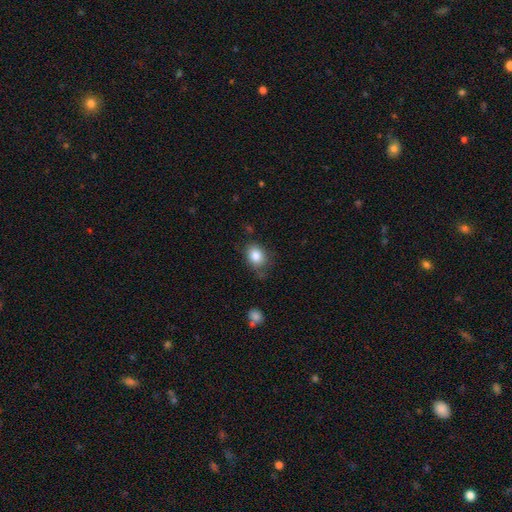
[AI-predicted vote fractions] A smooth galaxy with no disk features (83%) that is in between round and cigar-shaped (54%).

Vote fractions:
- Smooth or featured? smooth: 83% / star or artifact: 9% / featured or disk: 8%
- How rounded? in between: 54% / round: 45% / cigar-shaped: 1%
- Merging? none: 68% / minor disturbance: 23% / major disturbance: 6% / merger: 3%